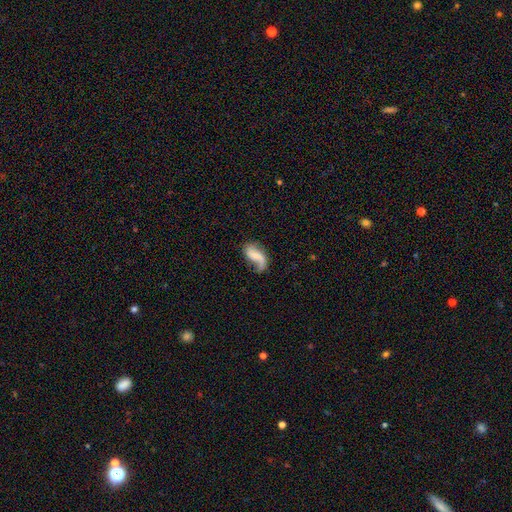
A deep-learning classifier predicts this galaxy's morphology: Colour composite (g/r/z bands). It shows a featured or disk galaxy (63%) with no bar (46%), 2 (59%) loose (79%) spiral arms (89%) and no central bulge (53%). Merging: none (45%).